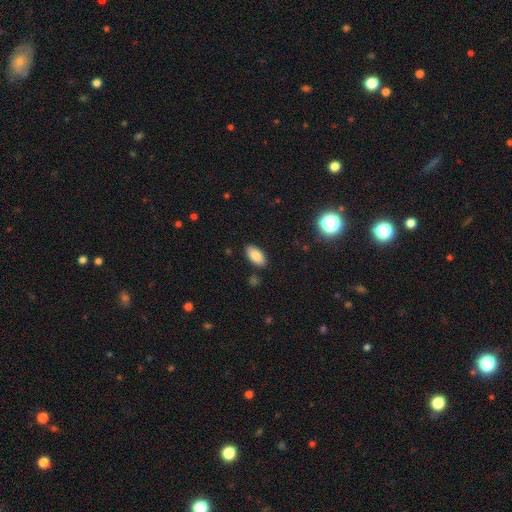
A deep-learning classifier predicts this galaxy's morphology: Overall: smooth (85%). How rounded: in between (93%). Merging: none (86%).